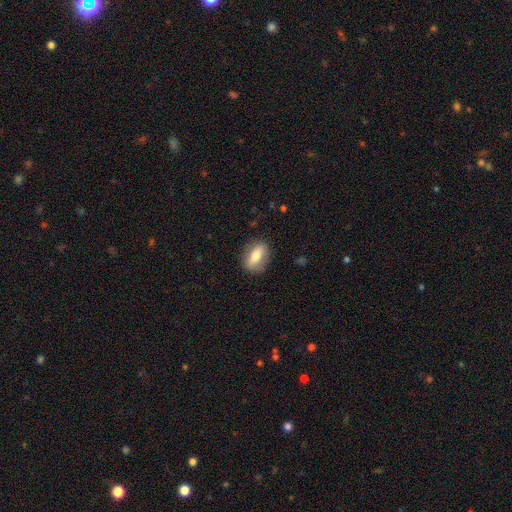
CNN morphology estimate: Smooth or featured?
  - smooth: 63% *
  - featured or disk: 30%
  - star or artifact: 7%
How rounded?
  - in between: 76% *
  - round: 14%
  - cigar-shaped: 10%
Merging?
  - none: 83% *
  - minor disturbance: 12%
  - major disturbance: 4%
  - merger: 1%